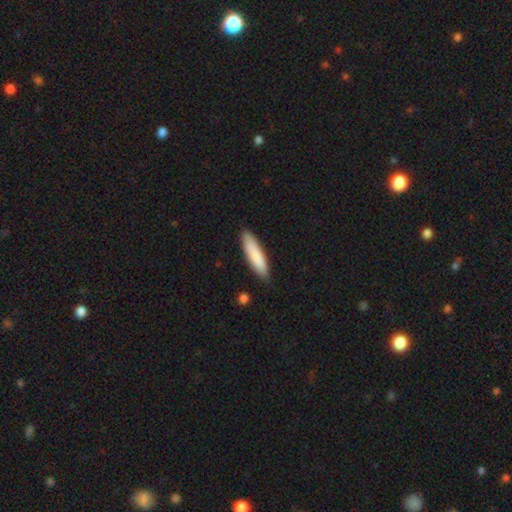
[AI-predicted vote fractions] Q: Smooth or featured?
A: smooth (84%); runner-up: featured or disk (11%)
Q: How rounded?
A: cigar-shaped (75%); runner-up: in between (23%)
Q: Merging?
A: none (86%); runner-up: minor disturbance (11%)